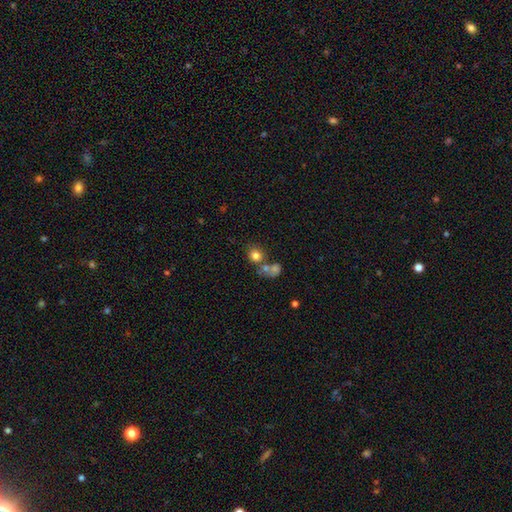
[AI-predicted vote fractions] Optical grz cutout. It shows a smooth galaxy with no disk features (77%) that is round (81%). Merging: none (55%).